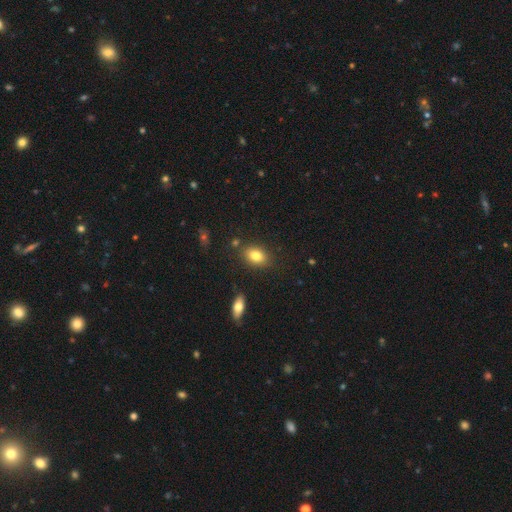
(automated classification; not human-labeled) Morphology: type=smooth (82%); roundness=in between (82%); merging=none (81%).